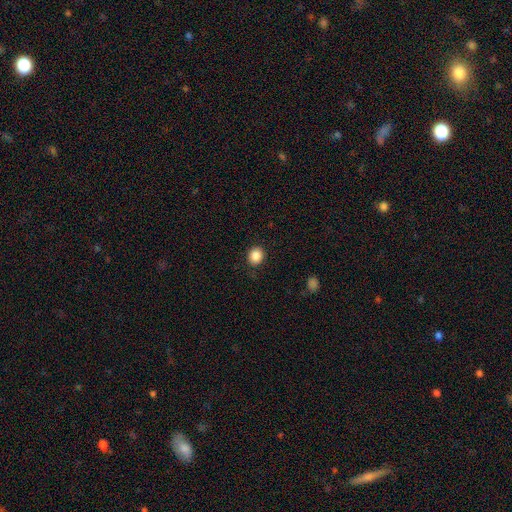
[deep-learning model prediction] smooth-or-featured: smooth: 87% | star or artifact: 9% | featured or disk: 3%
  how-rounded: round: 74% | in between: 25% | cigar-shaped: 1%
  merging: none: 89% | minor disturbance: 8% | major disturbance: 2% | merger: 1%